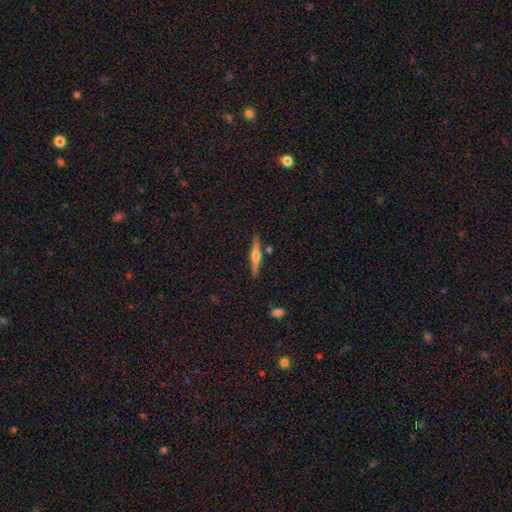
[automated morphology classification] smooth-or-featured: featured or disk: 62% | smooth: 32% | star or artifact: 6%
  disk-edge-on: yes: 97% | no: 3%
    edge-on-bulge: rounded: 86% | boxy: 8% | none: 6%
  merging: none: 86% | minor disturbance: 8% | merger: 4% | major disturbance: 2%